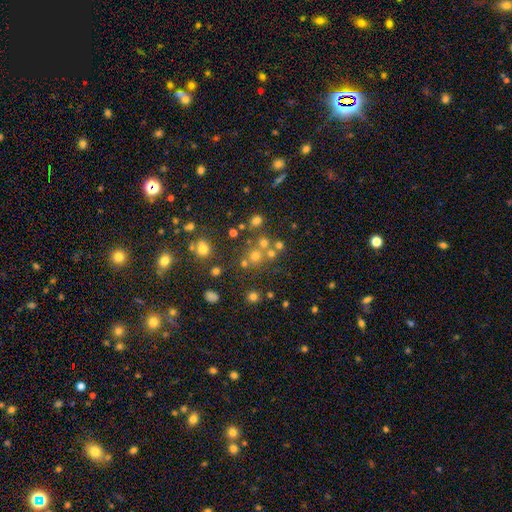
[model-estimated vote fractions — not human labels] Morphology: type=smooth (45%); merging=none (65%).